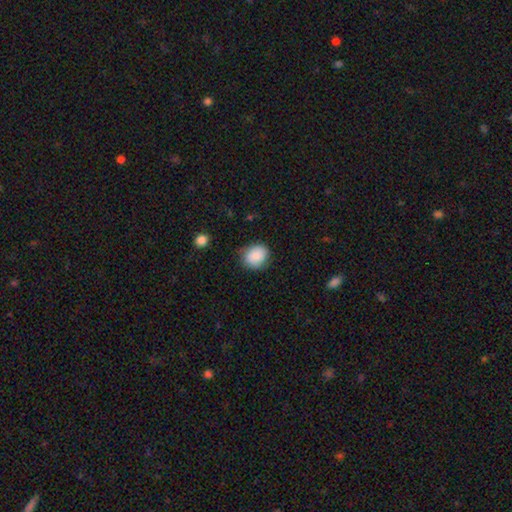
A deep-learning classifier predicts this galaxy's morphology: type=smooth (87%); roundness=round (60%); merging=none (78%).